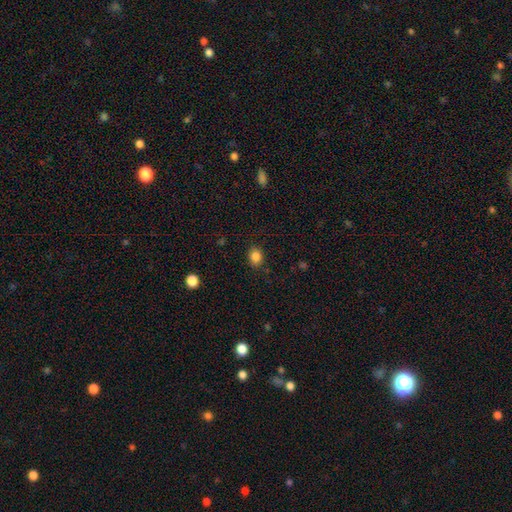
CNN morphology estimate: Smooth or featured: smooth — 85% (star or artifact — 11%)
How rounded: round — 55% (in between — 44%)
Merging: none — 87% (minor disturbance — 9%)